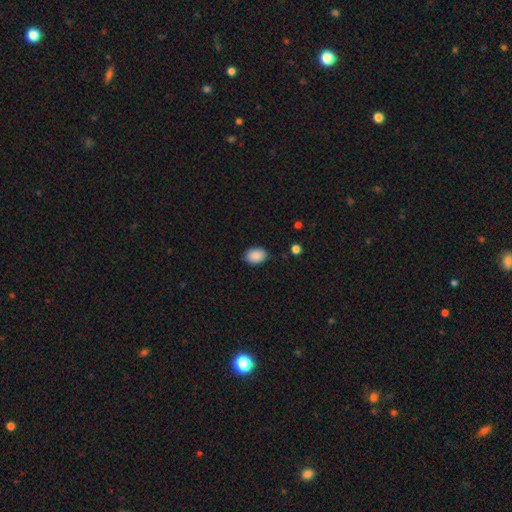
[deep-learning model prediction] Smooth or featured?
  - smooth: 89% *
  - star or artifact: 8%
  - featured or disk: 3%
How rounded?
  - in between: 80% *
  - round: 19%
  - cigar-shaped: 1%
Merging?
  - none: 86% *
  - minor disturbance: 10%
  - major disturbance: 2%
  - merger: 1%